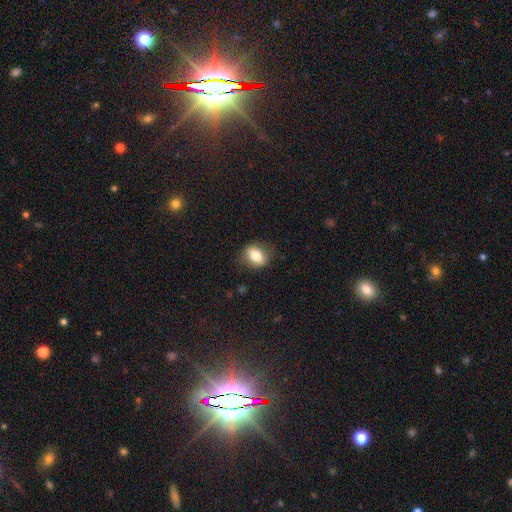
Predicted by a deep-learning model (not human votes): A smooth galaxy with no disk features (79%) that is in between round and cigar-shaped (70%). Merging: none (80%).